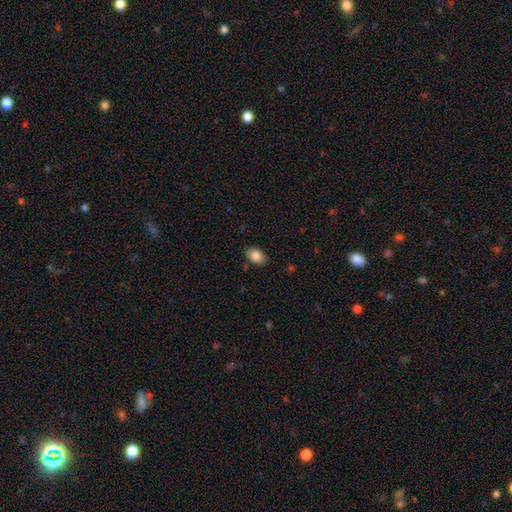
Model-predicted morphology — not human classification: smooth-or-featured: smooth: 84% | featured or disk: 8% | star or artifact: 7%
  how-rounded: in between: 88% | round: 11% | cigar-shaped: 1%
  merging: none: 84% | minor disturbance: 12% | major disturbance: 2% | merger: 1%